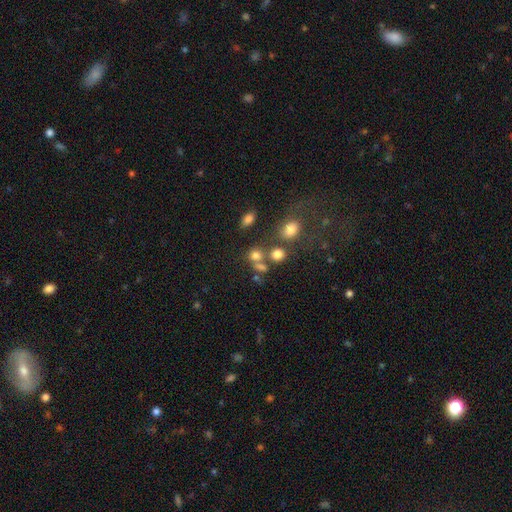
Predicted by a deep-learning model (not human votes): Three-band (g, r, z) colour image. It shows a smooth galaxy with no disk features (72%) that is round (75%). Merging: none (51%).